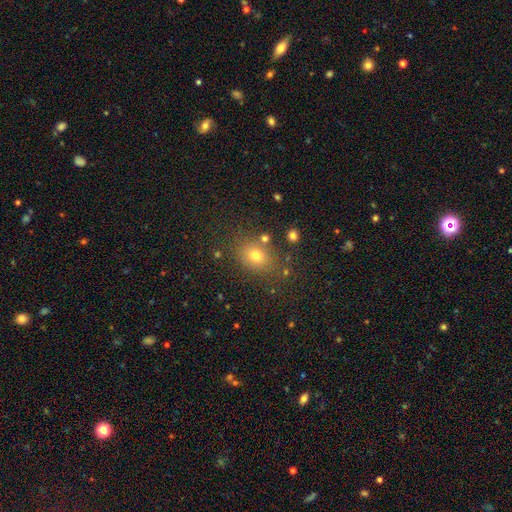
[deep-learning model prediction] Q: Smooth or featured?
A: smooth (72%); runner-up: star or artifact (17%)
Q: How rounded?
A: in between (50%); runner-up: round (49%)
Q: Merging?
A: none (76%); runner-up: minor disturbance (13%)